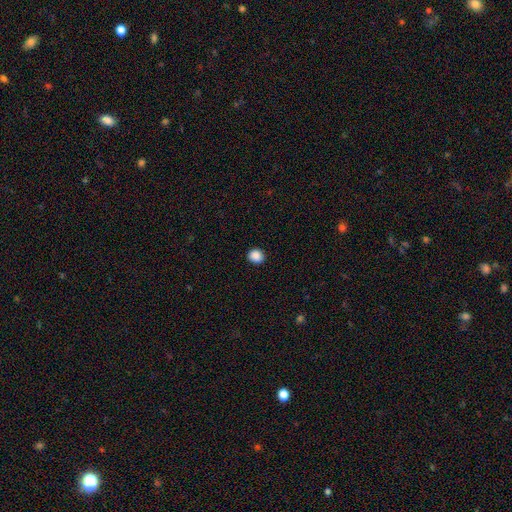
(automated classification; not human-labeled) Smooth or featured? Predicted: smooth (p=0.88). How rounded? Predicted: round (p=0.79). Merging? Predicted: none (p=0.91).